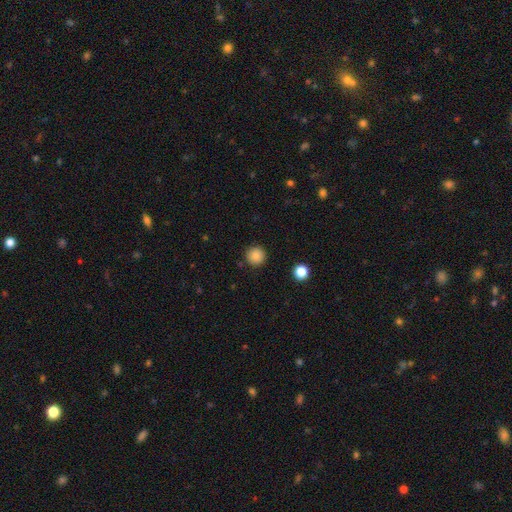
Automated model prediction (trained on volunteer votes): Overall: smooth (86%). How rounded: round (95%). Merging: none (90%).